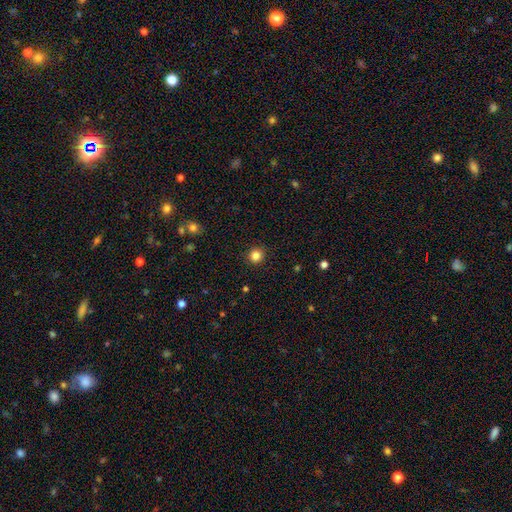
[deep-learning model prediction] A smooth galaxy with no disk features (84%) that is round (92%).

Vote fractions:
- Smooth or featured? smooth: 84% / star or artifact: 11% / featured or disk: 4%
- How rounded? round: 92% / in between: 8% / cigar-shaped: 1%
- Merging? none: 92% / minor disturbance: 5% / major disturbance: 2% / merger: 1%